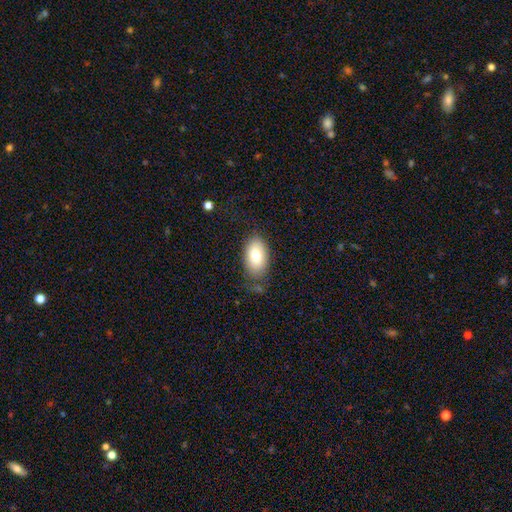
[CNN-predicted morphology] Q: Smooth or featured?
A: smooth (78%); runner-up: featured or disk (15%)
Q: How rounded?
A: in between (92%); runner-up: round (6%)
Q: Merging?
A: none (73%); runner-up: minor disturbance (18%)